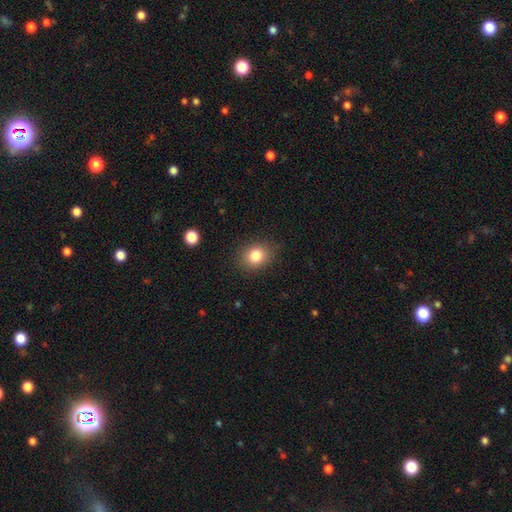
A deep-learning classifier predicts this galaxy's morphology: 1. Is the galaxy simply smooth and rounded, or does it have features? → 82% smooth, 11% star or artifact, 7% featured or disk.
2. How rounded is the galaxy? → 57% round, 42% in between, 1% cigar-shaped.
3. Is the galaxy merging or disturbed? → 86% none, 10% minor disturbance, 3% major disturbance, 1% merger.